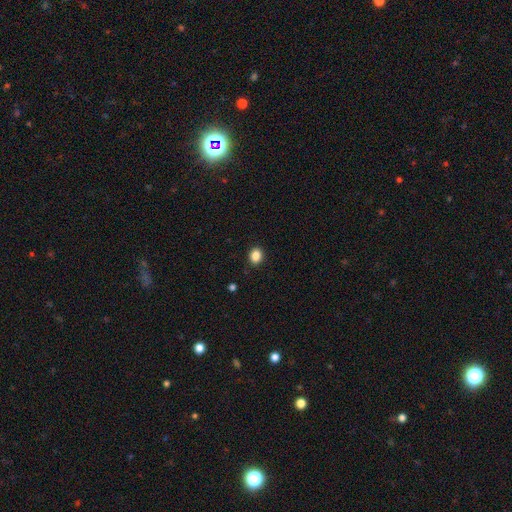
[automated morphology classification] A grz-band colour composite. It shows a smooth galaxy with no disk features (87%) that is round (50%). Merging: none (90%).